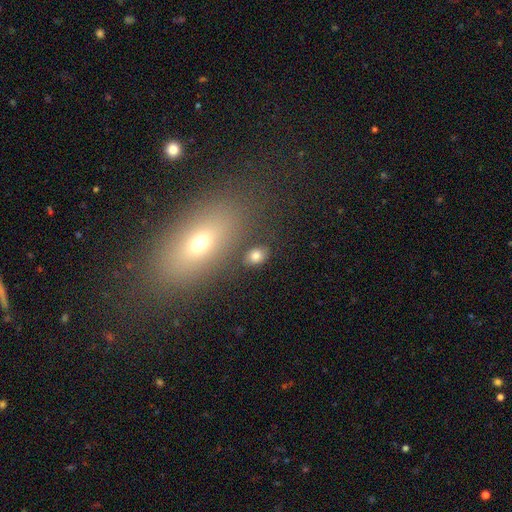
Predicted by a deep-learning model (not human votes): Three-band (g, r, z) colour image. It shows a smooth galaxy with no disk features (78%) that is in between round and cigar-shaped (73%). Merging: none (79%).